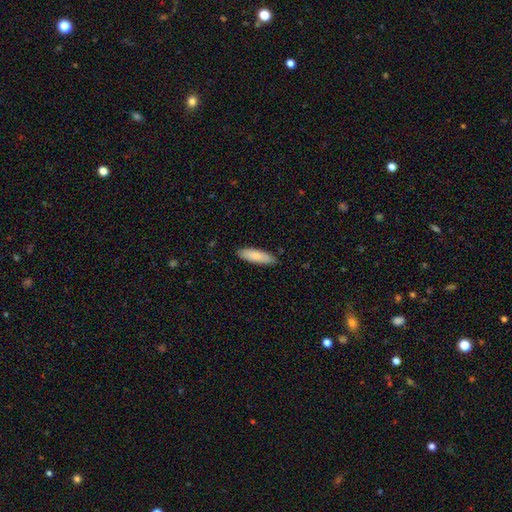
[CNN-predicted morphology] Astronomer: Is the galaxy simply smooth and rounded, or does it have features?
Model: smooth — 85%.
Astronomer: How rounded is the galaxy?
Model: cigar-shaped — 50% (runner-up: in between, 48%).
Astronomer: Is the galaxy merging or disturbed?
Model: none — 86%.